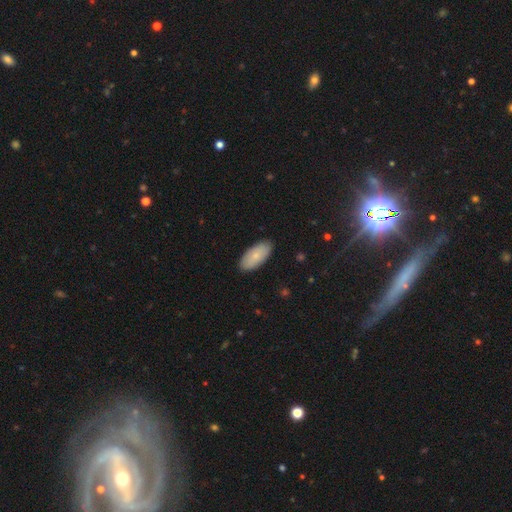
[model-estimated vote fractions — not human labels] smooth_or_featured: smooth (p=0.79) [alt: featured or disk p=0.15]
how_rounded: in between (p=0.92) [alt: cigar-shaped p=0.06]
merging: none (p=0.88) [alt: minor disturbance p=0.09]